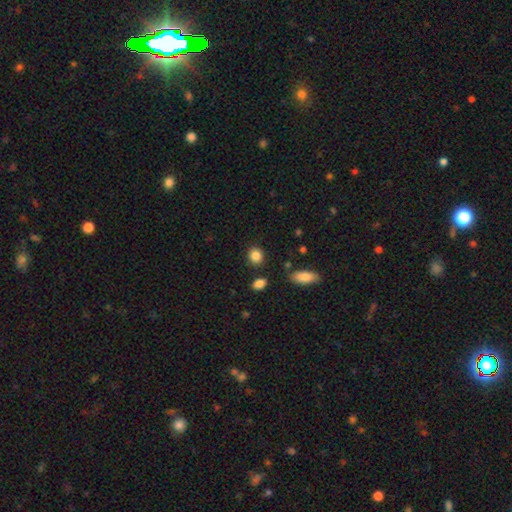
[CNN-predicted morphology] type=smooth (87%); roundness=round (74%); merging=none (86%).